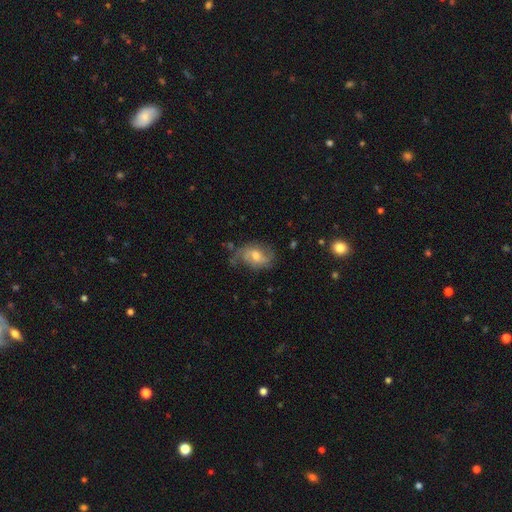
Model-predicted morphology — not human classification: Smooth or featured? Predicted: featured or disk (p=0.67). Edge-on disk? Predicted: no (p=0.96). Bar? Predicted: no (p=0.48). Spiral arms? Predicted: yes (p=0.89). Spiral winding? Predicted: medium (p=0.42). Spiral arm count? Predicted: 2 (p=0.64). Bulge size? Predicted: moderate (p=0.65). Merging? Predicted: none (p=0.61).